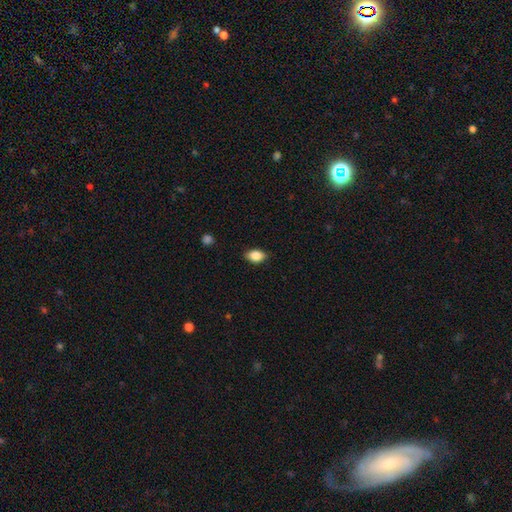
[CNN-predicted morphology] The model was most divided on "how rounded": in between: 85%, round: 13%, cigar-shaped: 2%. More confident: smooth or featured — smooth (86%); merging — none (84%).